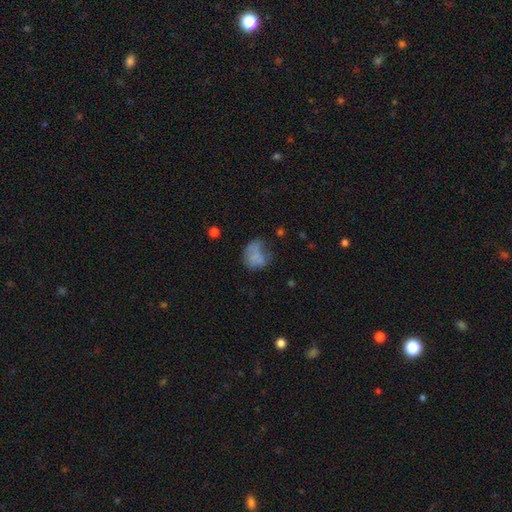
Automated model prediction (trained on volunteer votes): Morphology: type=smooth (64%); roundness=round (52%); merging=none (37%).